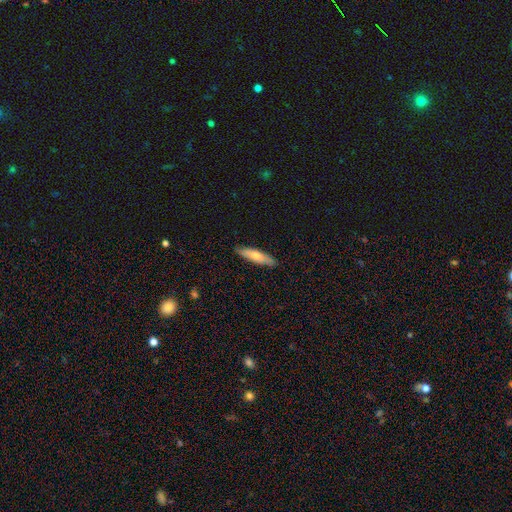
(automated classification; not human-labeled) Smooth or featured? smooth (66%)
How rounded? cigar-shaped (74%)
Merging? none (88%)